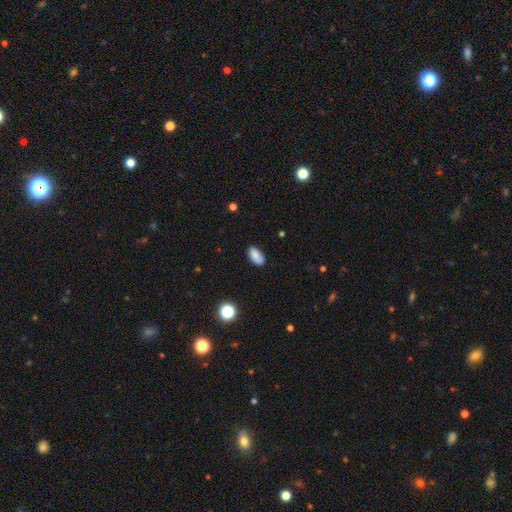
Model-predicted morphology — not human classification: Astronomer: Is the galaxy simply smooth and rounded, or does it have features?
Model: smooth — 81%.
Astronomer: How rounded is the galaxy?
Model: in between — 93%.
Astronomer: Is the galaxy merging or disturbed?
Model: none — 81%.